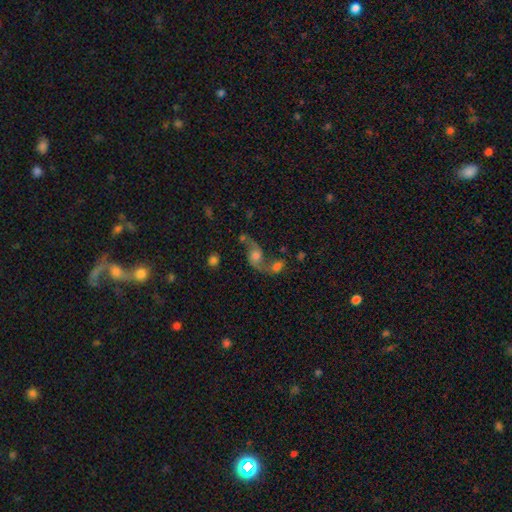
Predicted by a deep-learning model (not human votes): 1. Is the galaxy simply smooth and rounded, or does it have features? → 65% featured or disk, 23% smooth, 12% star or artifact.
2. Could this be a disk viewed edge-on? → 95% no, 5% yes.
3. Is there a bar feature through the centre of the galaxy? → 73% no, 23% weak, 5% strong.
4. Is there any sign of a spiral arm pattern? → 87% yes, 13% no.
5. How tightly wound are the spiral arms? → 79% loose, 17% medium, 4% tight.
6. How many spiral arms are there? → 87% 2, 8% 1, 3% can't tell, 1% 3, 1% 4, 1% more than 4.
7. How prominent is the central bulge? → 54% moderate, 21% small, 17% large, 5% none, 3% dominant.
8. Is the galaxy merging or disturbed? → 47% merger, 32% none, 11% minor disturbance, 10% major disturbance.